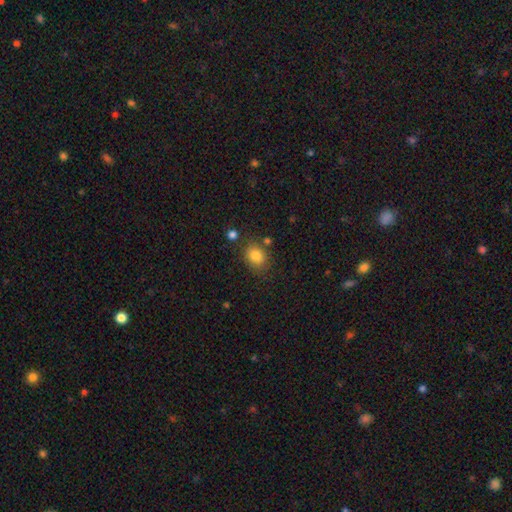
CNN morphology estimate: A smooth galaxy with no disk features (83%) that is in between round and cigar-shaped (52%).

Vote fractions:
- Smooth or featured? smooth: 83% / star or artifact: 11% / featured or disk: 7%
- How rounded? in between: 52% / round: 47% / cigar-shaped: 1%
- Merging? none: 77% / minor disturbance: 13% / merger: 6% / major disturbance: 4%